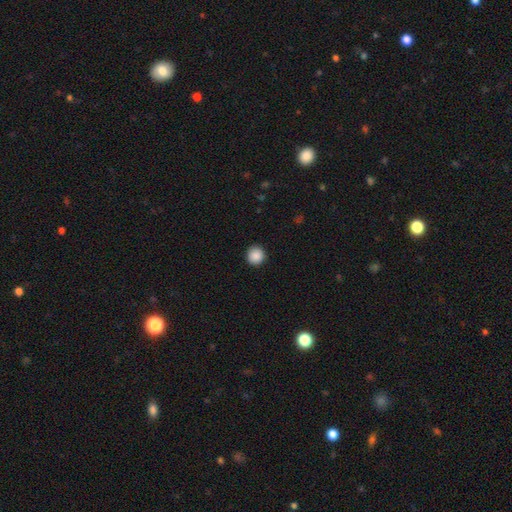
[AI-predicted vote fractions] smooth_or_featured: smooth (p=0.89) [alt: star or artifact p=0.09]
how_rounded: round (p=0.93) [alt: in between p=0.06]
merging: none (p=0.92) [alt: minor disturbance p=0.05]